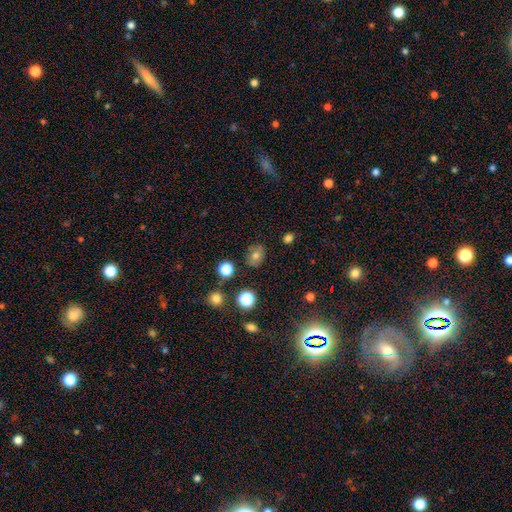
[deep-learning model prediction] Smooth or featured? Predicted: smooth (p=0.73). How rounded? Predicted: in between (p=0.55). Merging? Predicted: none (p=0.80).